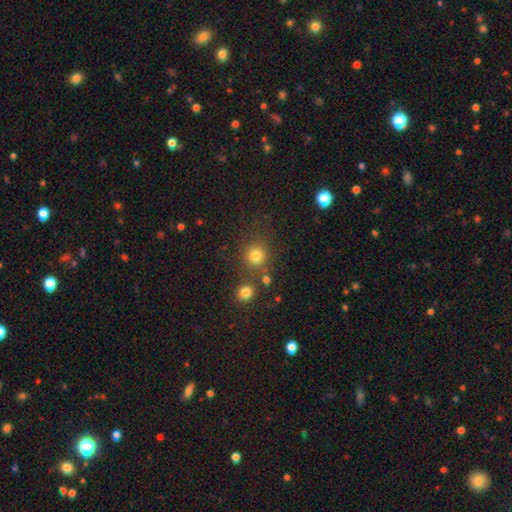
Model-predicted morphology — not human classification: Q: Smooth or featured?
A: smooth (79%); runner-up: star or artifact (15%)
Q: How rounded?
A: round (89%); runner-up: in between (10%)
Q: Merging?
A: none (73%); runner-up: merger (12%)